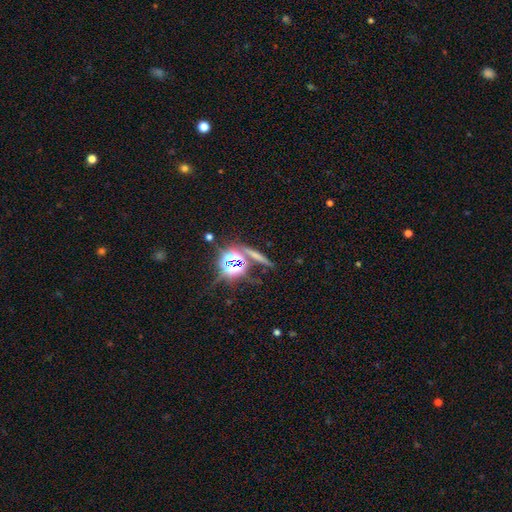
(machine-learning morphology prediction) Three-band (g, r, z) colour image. It shows a star or artifact, not a galaxy (41%).